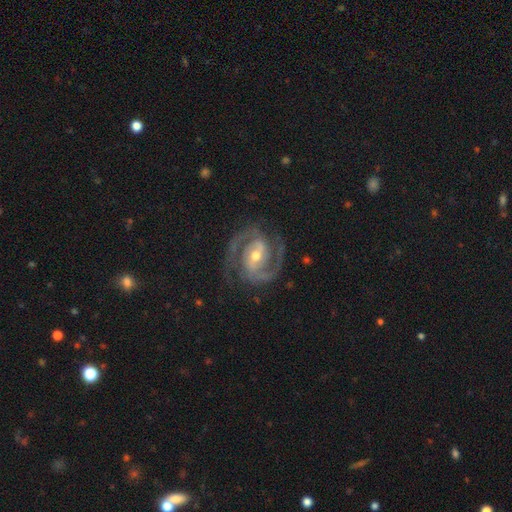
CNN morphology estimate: A featured or disk galaxy (93%) with a weak bar (42%), 2 (89%) medium (52%) spiral arms (98%) and a moderate central bulge (61%). Merging: none (80%).